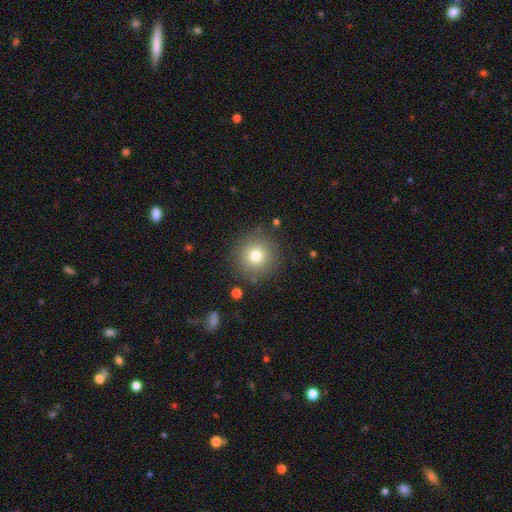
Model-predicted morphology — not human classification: Q: Smooth or featured?
A: smooth (77%); runner-up: star or artifact (12%)
Q: How rounded?
A: round (95%); runner-up: in between (4%)
Q: Merging?
A: none (87%); runner-up: minor disturbance (8%)